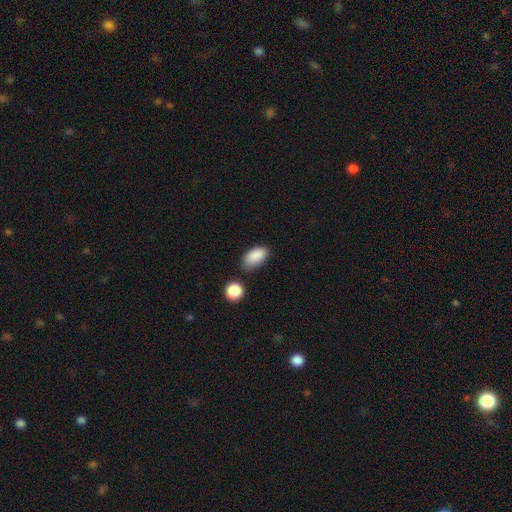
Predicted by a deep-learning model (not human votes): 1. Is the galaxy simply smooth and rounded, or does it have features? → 88% smooth, 7% star or artifact, 4% featured or disk.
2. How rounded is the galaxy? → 93% in between, 5% round, 2% cigar-shaped.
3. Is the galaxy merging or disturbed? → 68% none, 20% minor disturbance, 8% merger, 4% major disturbance.